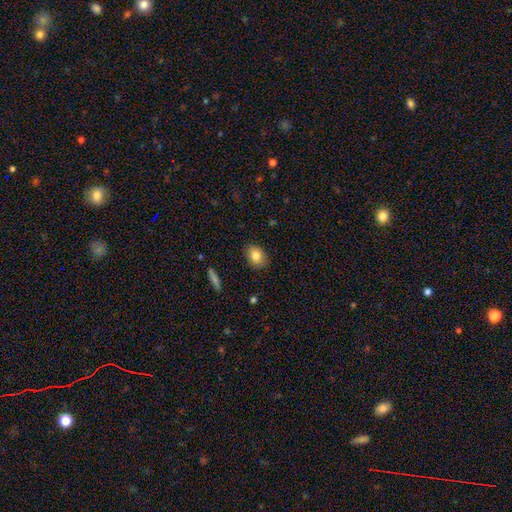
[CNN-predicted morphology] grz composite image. It shows a smooth galaxy with no disk features (82%) that is in between round and cigar-shaped (70%). Merging: none (86%).